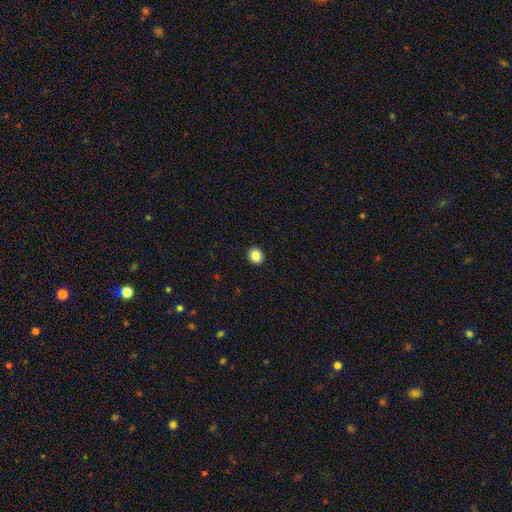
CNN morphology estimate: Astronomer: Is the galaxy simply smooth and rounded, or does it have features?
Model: smooth — 87%.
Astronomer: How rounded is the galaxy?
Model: round — 78%.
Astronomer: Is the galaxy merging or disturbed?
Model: none — 93%.